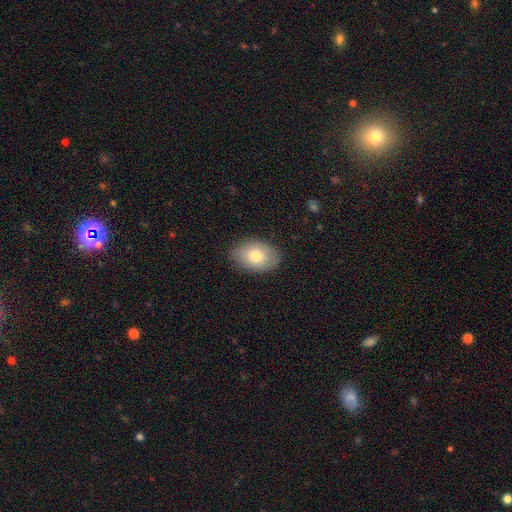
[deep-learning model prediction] This is likely a smooth galaxy (77%). How rounded: clearly in between (85%). Merging: clearly none (85%).